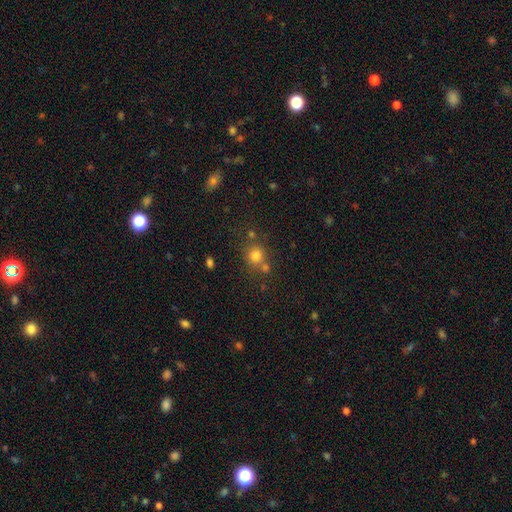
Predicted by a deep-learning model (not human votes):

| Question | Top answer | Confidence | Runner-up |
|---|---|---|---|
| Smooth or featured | smooth | 77% | star or artifact (15%) |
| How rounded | round | 87% | in between (12%) |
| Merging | none | 64% | merger (21%) |